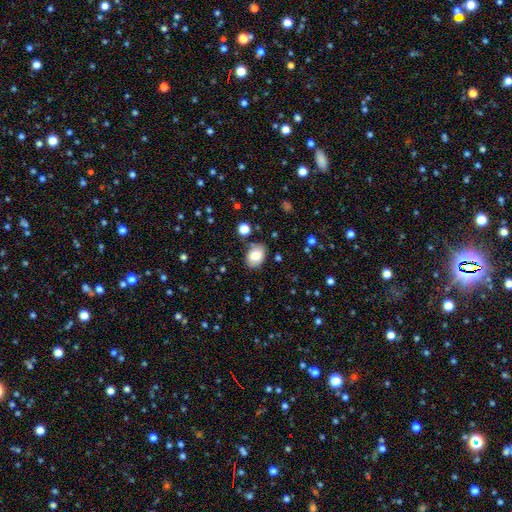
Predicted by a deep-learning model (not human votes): This appears to be a smooth galaxy with no disk features (82%) that is in between round and cigar-shaped (76%). Merging: none (79%).